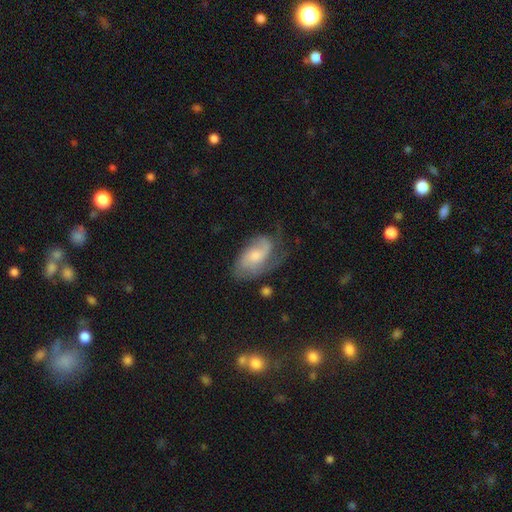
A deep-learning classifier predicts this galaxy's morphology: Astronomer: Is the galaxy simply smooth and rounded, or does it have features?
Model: featured or disk — 66%.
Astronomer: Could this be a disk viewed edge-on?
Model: no — 95%.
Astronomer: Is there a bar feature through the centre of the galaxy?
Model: no — 65%.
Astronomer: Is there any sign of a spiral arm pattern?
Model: yes — 90%.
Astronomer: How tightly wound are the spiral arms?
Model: medium — 44% (runner-up: loose, 28%).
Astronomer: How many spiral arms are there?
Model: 2 — 44% (runner-up: can't tell, 23%).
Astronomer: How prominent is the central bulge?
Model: moderate — 45% (runner-up: small, 42%).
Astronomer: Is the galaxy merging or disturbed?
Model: none — 51% (runner-up: minor disturbance, 27%).